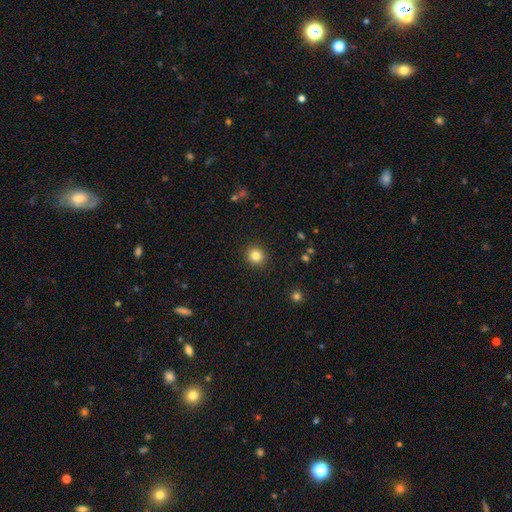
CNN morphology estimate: The model was most divided on "smooth or featured": smooth: 84%, star or artifact: 11%, featured or disk: 5%. More confident: merging — none (91%); how rounded — round (88%).